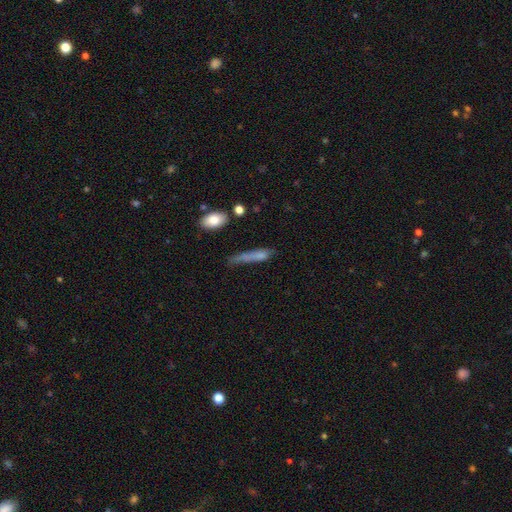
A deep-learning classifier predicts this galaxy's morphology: This appears to be a smooth galaxy with no disk features (69%) that is cigar-shaped (81%). Merging: none (46%).